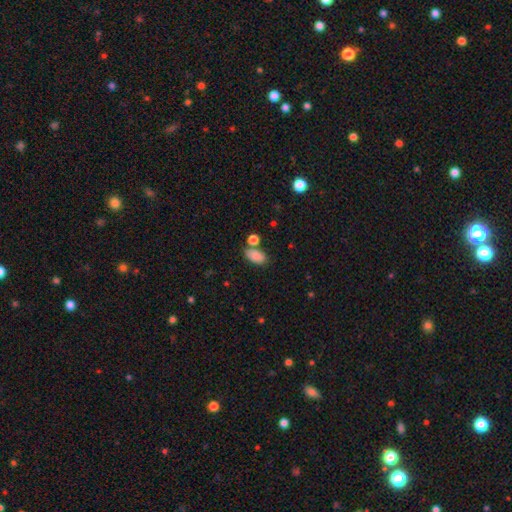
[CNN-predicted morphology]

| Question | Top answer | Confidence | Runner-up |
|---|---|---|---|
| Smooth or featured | smooth | 85% | star or artifact (8%) |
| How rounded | in between | 92% | round (6%) |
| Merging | none | 65% | merger (16%) |